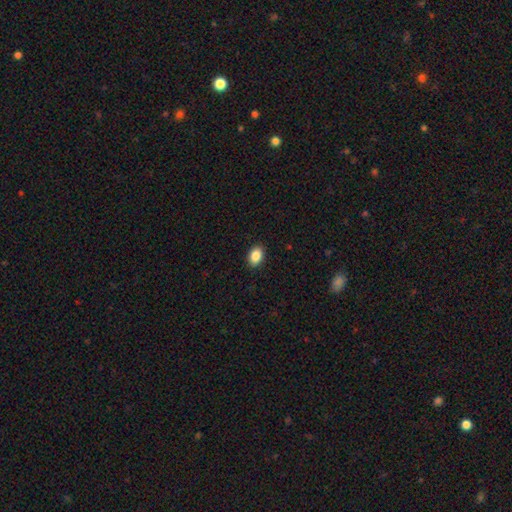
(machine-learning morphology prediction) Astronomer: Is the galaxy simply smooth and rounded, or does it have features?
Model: smooth — 88%.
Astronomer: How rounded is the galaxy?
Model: in between — 79%.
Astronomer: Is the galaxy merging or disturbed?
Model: none — 90%.